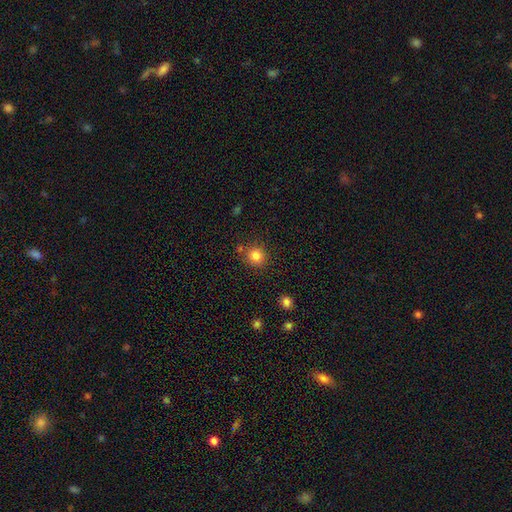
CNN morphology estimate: The model was most divided on "smooth or featured": smooth: 83%, star or artifact: 12%, featured or disk: 5%. More confident: how rounded — round (91%); merging — none (83%).